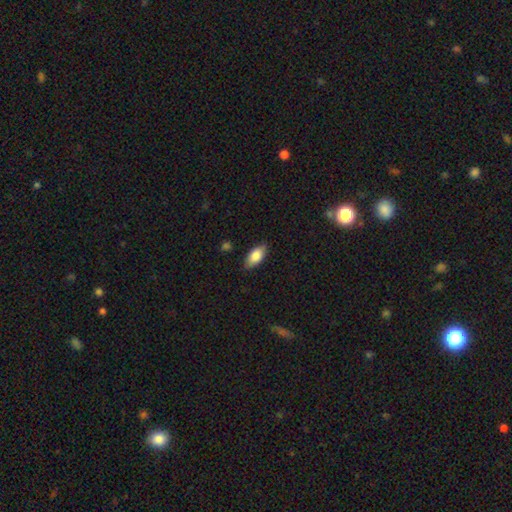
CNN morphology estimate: smooth-or-featured: smooth: 81% | featured or disk: 13% | star or artifact: 7%
  how-rounded: in between: 88% | cigar-shaped: 9% | round: 3%
  merging: none: 85% | minor disturbance: 11% | major disturbance: 2% | merger: 1%